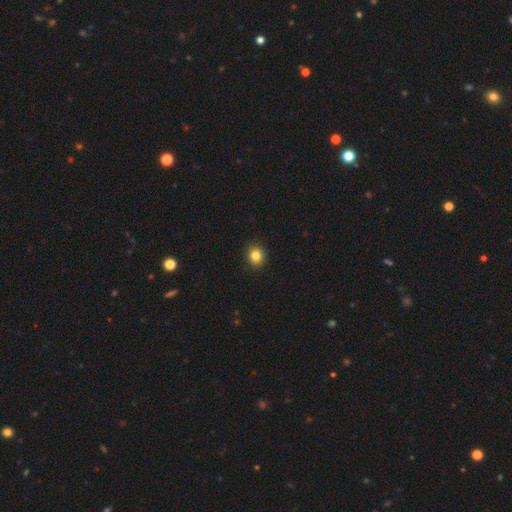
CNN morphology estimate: Smooth or featured? Predicted: smooth (p=0.84). How rounded? Predicted: round (p=0.85). Merging? Predicted: none (p=0.92).